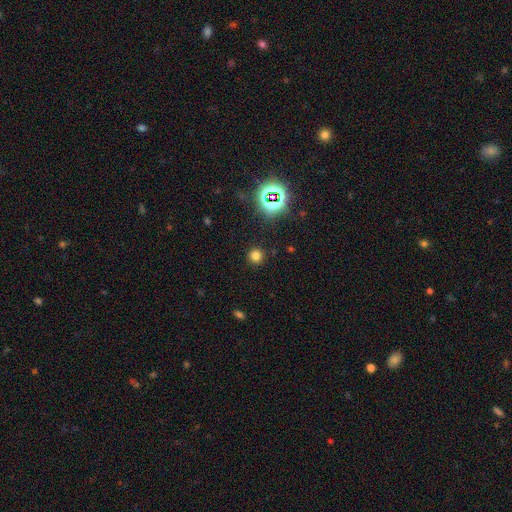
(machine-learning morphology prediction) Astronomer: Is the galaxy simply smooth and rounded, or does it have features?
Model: smooth — 72%.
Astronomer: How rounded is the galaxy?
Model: round — 94%.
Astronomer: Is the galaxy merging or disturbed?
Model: none — 90%.